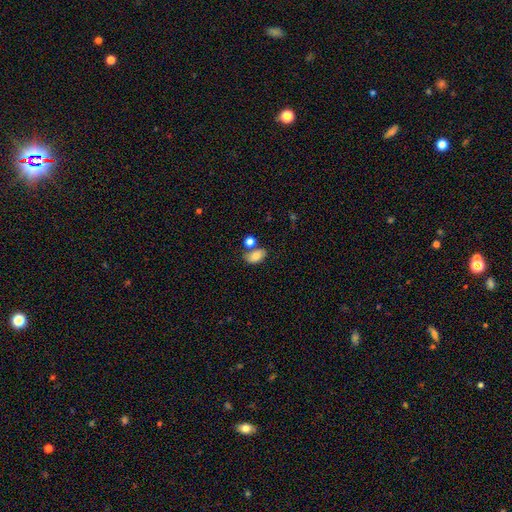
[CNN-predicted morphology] Q: Smooth or featured?
A: smooth (78%); runner-up: featured or disk (12%)
Q: How rounded?
A: in between (86%); runner-up: round (13%)
Q: Merging?
A: none (58%); runner-up: merger (22%)